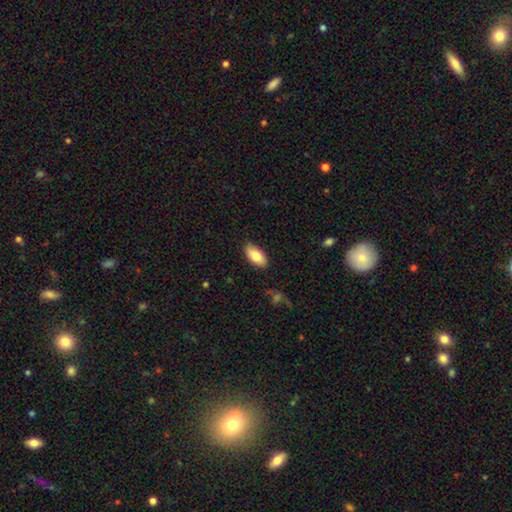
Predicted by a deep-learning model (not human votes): Smooth or featured: smooth — 82% (featured or disk — 12%)
How rounded: in between — 91% (cigar-shaped — 6%)
Merging: none — 85% (minor disturbance — 12%)